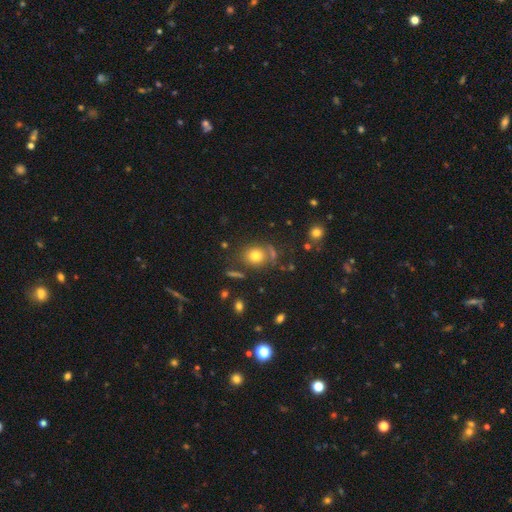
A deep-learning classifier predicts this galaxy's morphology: A smooth galaxy with no disk features (76%) that is round (70%). Merging: none (69%).